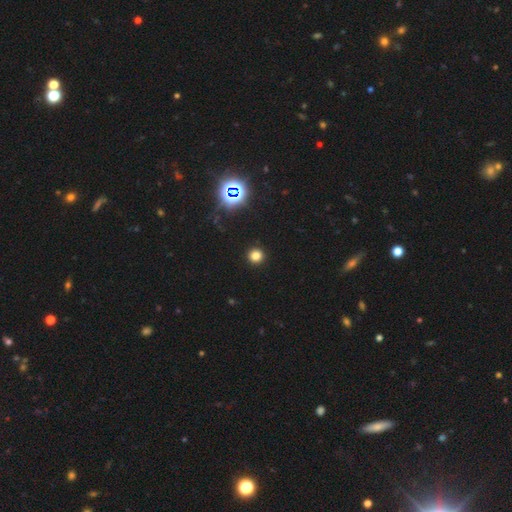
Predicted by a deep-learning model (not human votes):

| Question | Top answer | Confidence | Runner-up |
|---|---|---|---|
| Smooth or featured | smooth | 76% | star or artifact (19%) |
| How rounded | round | 95% | in between (4%) |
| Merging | none | 93% | minor disturbance (4%) |